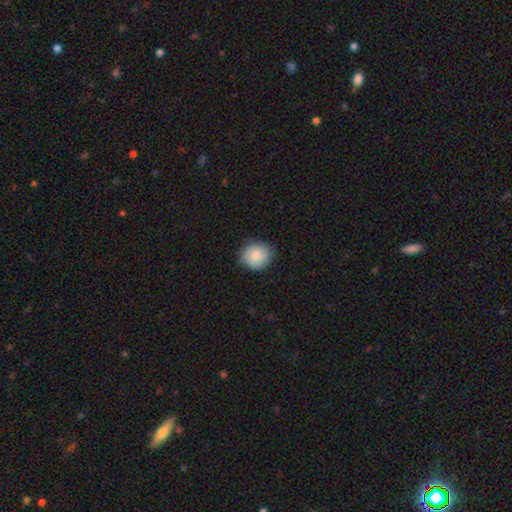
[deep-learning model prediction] smooth 84%, featured or disk 9%, star or artifact 7%. Down the decision tree: how rounded — round (86%); merging — none (80%).